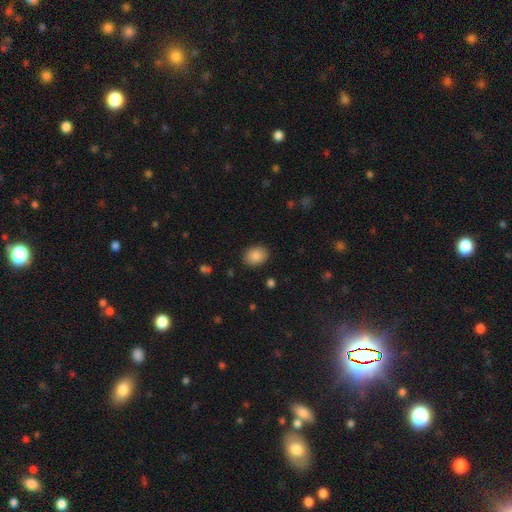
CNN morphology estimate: This appears to be a smooth galaxy with no disk features (87%) that is in between round and cigar-shaped (65%). Merging: none (87%).